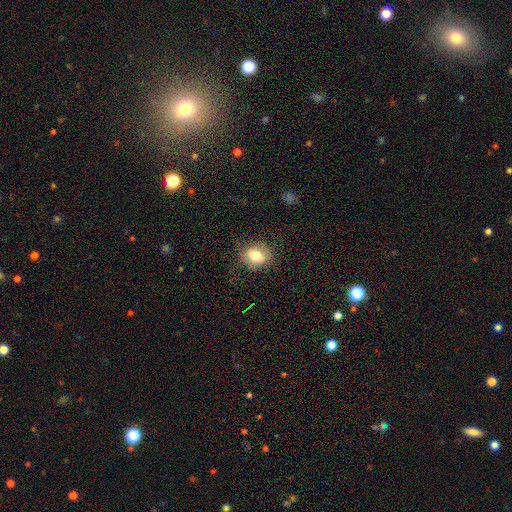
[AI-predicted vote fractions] smooth-or-featured: smooth: 73% | featured or disk: 18% | star or artifact: 9%
  how-rounded: in between: 60% | round: 39% | cigar-shaped: 2%
  merging: none: 73% | minor disturbance: 18% | major disturbance: 7% | merger: 1%